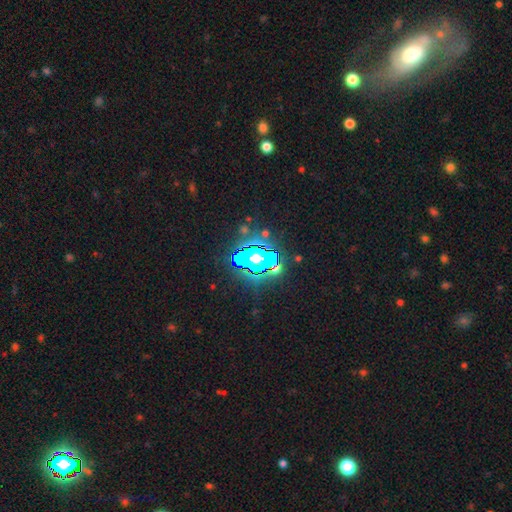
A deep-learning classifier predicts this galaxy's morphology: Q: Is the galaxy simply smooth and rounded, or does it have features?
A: star or artifact — 60%.